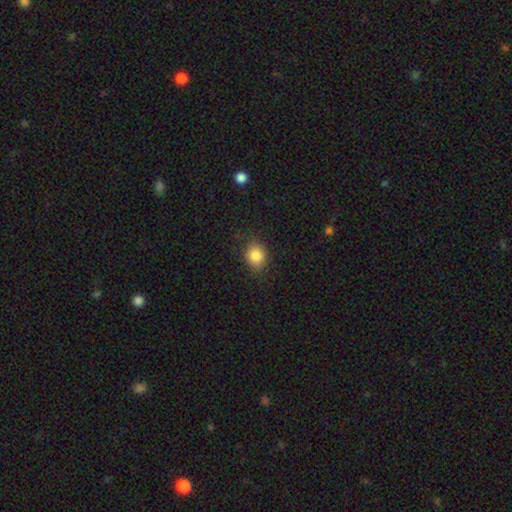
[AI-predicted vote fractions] Smooth or featured? Predicted: smooth (p=0.84). How rounded? Predicted: round (p=0.61). Merging? Predicted: none (p=0.85).